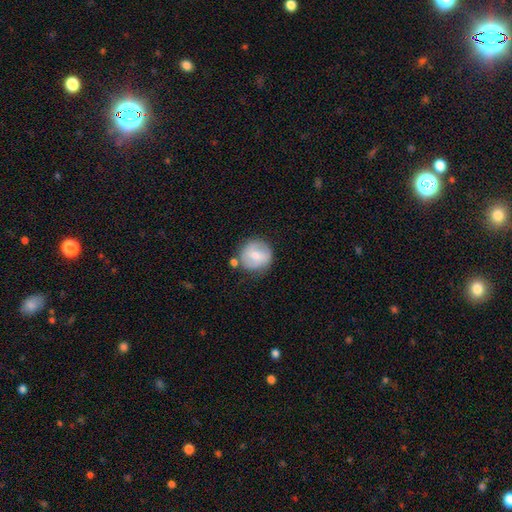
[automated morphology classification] The model was most divided on "smooth or featured": smooth: 64%, featured or disk: 28%, star or artifact: 7%. More confident: how rounded — round (90%); merging — none (69%).